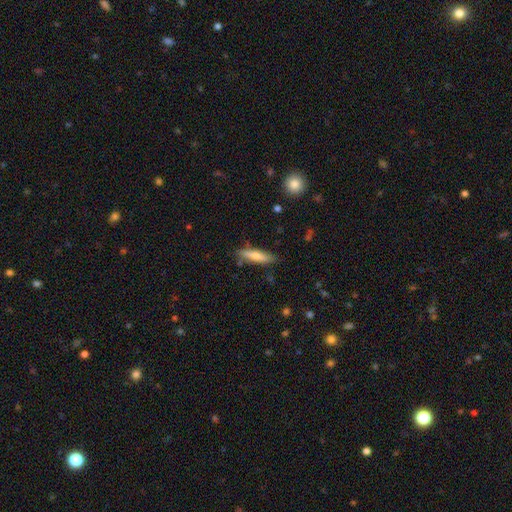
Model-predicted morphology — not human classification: Smooth or featured? Predicted: smooth (p=0.60). How rounded? Predicted: cigar-shaped (p=0.79). Merging? Predicted: none (p=0.83).